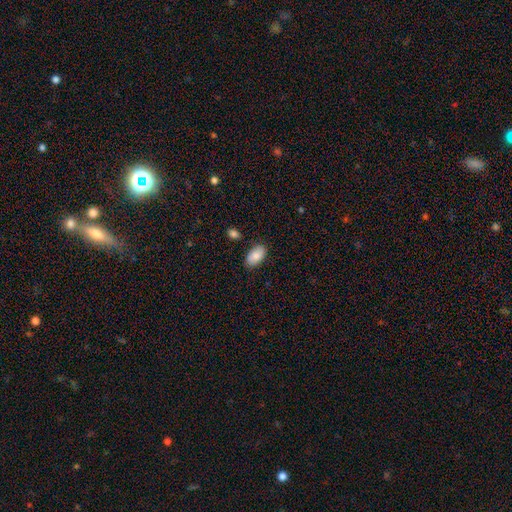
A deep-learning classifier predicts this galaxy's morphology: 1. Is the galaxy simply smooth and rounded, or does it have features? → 84% smooth, 10% featured or disk, 7% star or artifact.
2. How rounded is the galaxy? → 94% in between, 4% round, 2% cigar-shaped.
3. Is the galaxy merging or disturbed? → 82% none, 13% minor disturbance, 3% merger, 3% major disturbance.